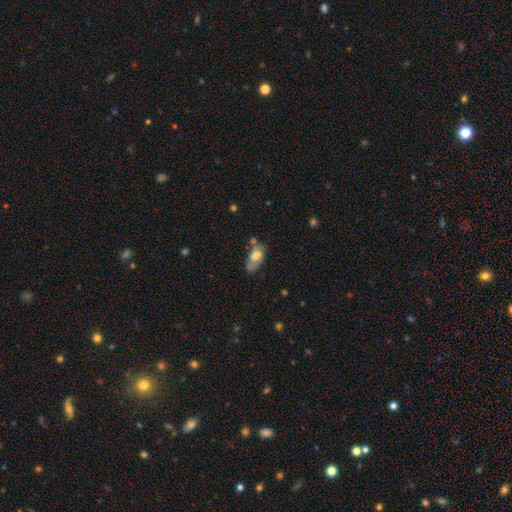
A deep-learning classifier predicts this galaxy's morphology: A smooth galaxy with no disk features (55%) that is in between round and cigar-shaped (90%). Merging: none (43%).